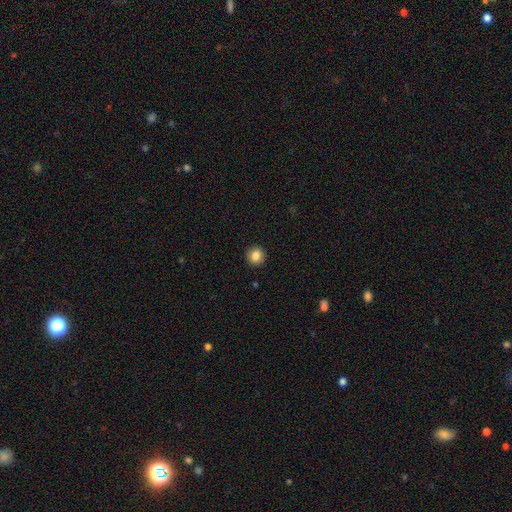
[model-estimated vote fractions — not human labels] A smooth galaxy with no disk features (85%) that is round (92%). Merging: none (93%).